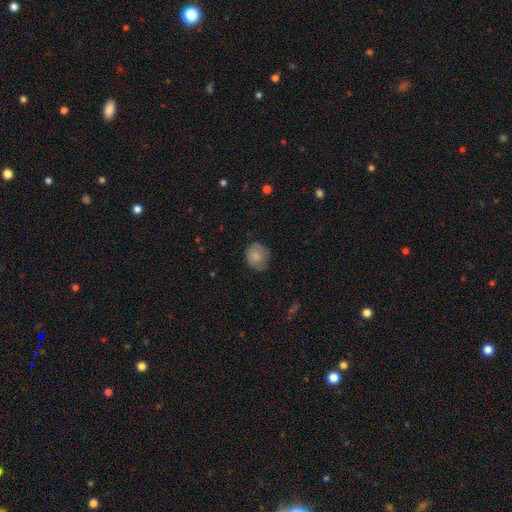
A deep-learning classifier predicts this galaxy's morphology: Smooth or featured: smooth — 77% (featured or disk — 15%)
How rounded: round — 68% (in between — 31%)
Merging: none — 64% (minor disturbance — 26%)